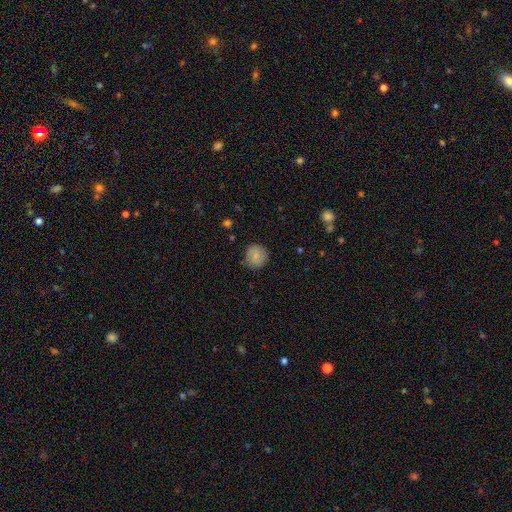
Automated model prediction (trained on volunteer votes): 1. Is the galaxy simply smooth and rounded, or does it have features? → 68% smooth, 24% featured or disk, 8% star or artifact.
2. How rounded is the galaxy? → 90% round, 9% in between, 1% cigar-shaped.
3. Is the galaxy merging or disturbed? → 84% none, 12% minor disturbance, 3% major disturbance, 1% merger.